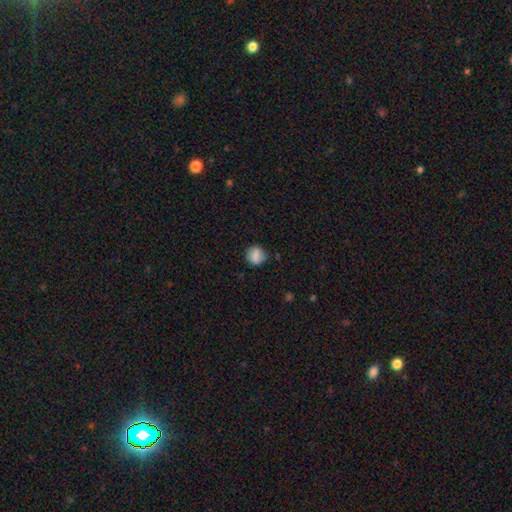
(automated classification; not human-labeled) smooth-or-featured: smooth: 80% | featured or disk: 11% | star or artifact: 9%
  how-rounded: round: 77% | in between: 21% | cigar-shaped: 1%
  merging: none: 77% | minor disturbance: 17% | major disturbance: 4% | merger: 2%